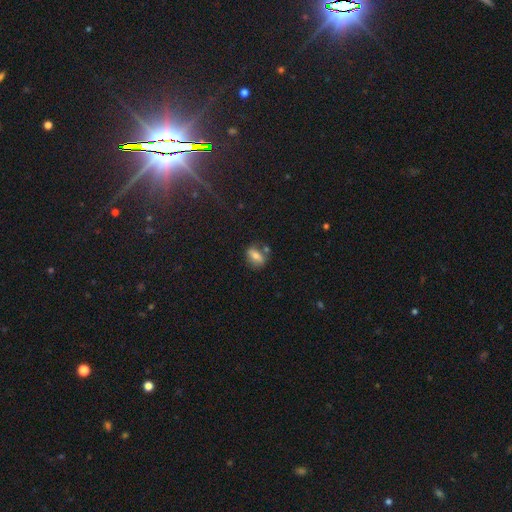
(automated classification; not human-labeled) This is likely a smooth galaxy (64%). How rounded: likely in between (66%). Merging: likely none (67%).